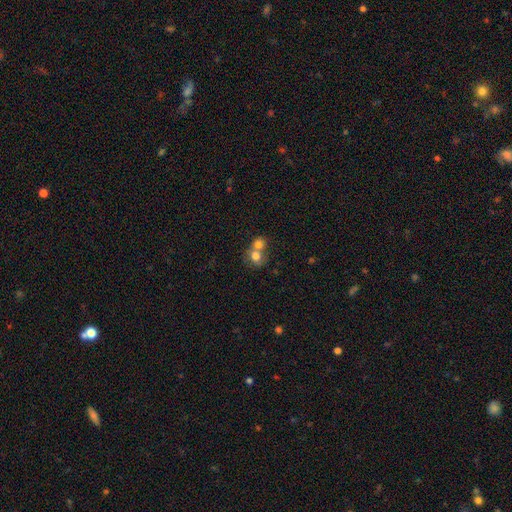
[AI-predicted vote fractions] Smooth or featured? Predicted: smooth (p=0.76). How rounded? Predicted: round (p=0.69). Merging? Predicted: merger (p=0.66).